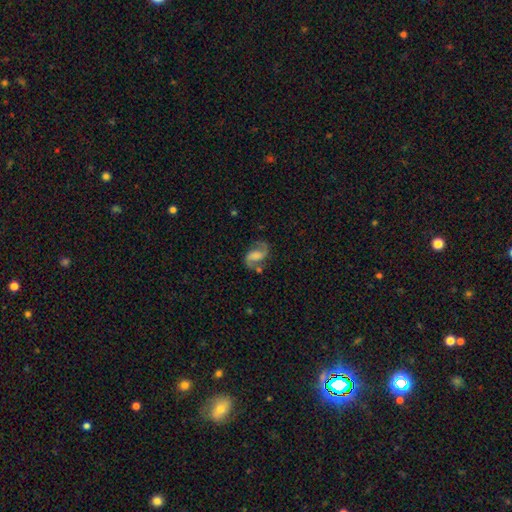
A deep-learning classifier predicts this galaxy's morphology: This is likely a featured or disk galaxy (79%). It is clearly not viewed edge-on (98%). Bar: marginally weak (43%). Spiral arm pattern: clearly yes (94%). Spiral arm count: clearly 2 (91%). Spiral winding: possibly loose (47%). Central bulge: marginally none (40%). Merging: likely none (64%).